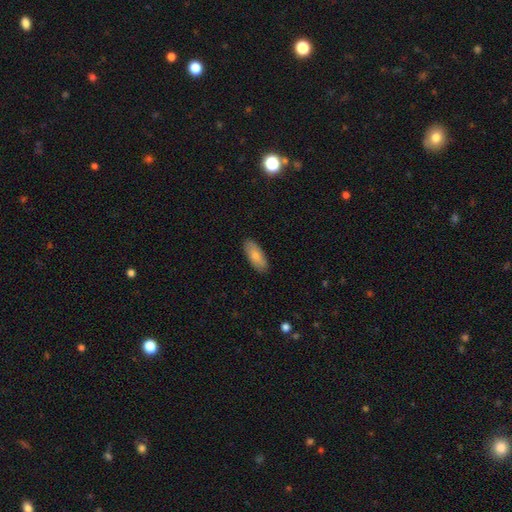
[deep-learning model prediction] A smooth galaxy with no disk features (81%) that is in between round and cigar-shaped (81%). Merging: none (88%).